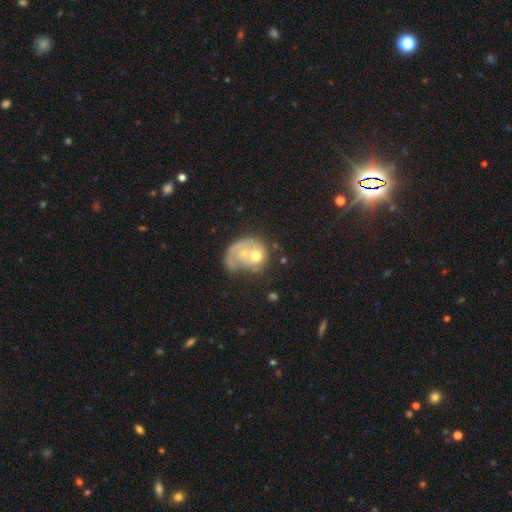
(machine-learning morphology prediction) Smooth or featured? featured or disk (59%)
Edge-on disk? no (98%)
Bar? no (86%)
Spiral arms? yes (52%)
Bulge size? moderate (58%)
Merging? merger (42%)